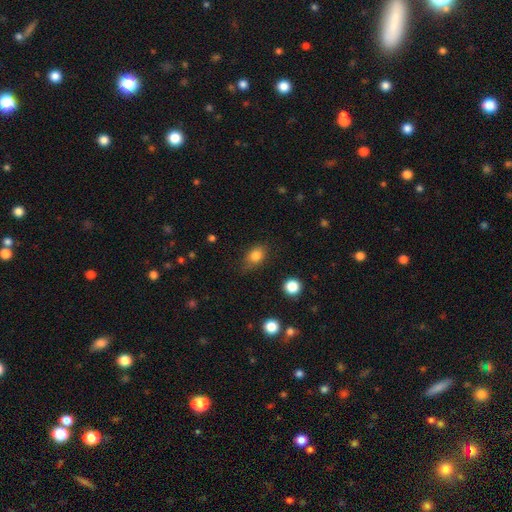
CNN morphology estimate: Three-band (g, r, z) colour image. It shows a smooth galaxy with no disk features (82%) that is in between round and cigar-shaped (68%). Merging: none (71%).